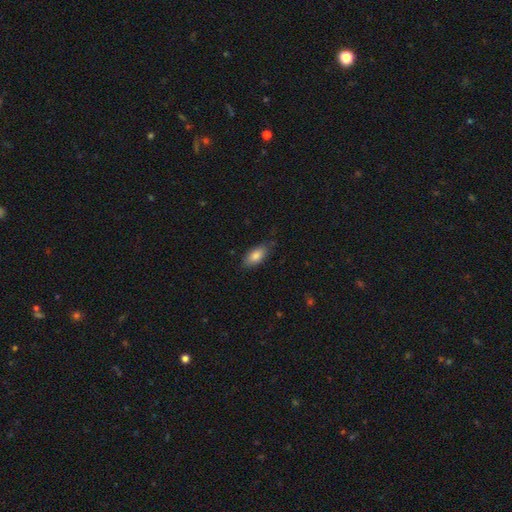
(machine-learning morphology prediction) type=smooth (84%); roundness=in between (89%); merging=none (78%).